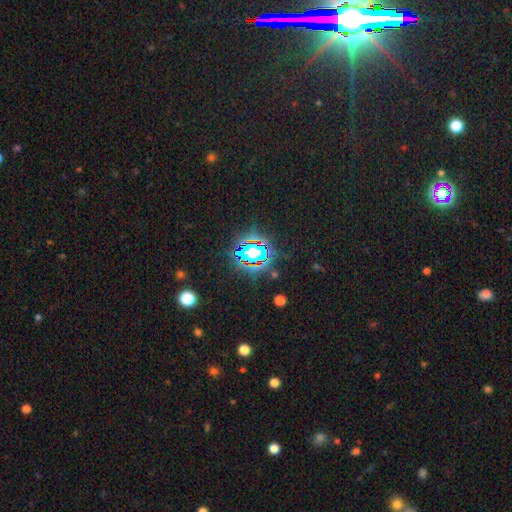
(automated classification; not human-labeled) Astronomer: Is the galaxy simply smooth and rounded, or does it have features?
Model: star or artifact — 70%.